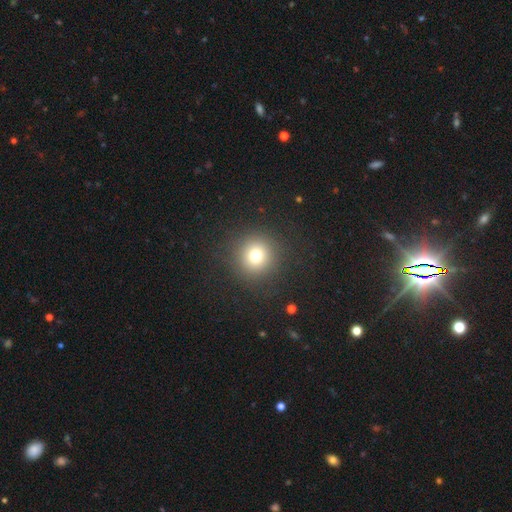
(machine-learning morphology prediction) A smooth galaxy with no disk features (74%) that is round (94%). Merging: none (89%).